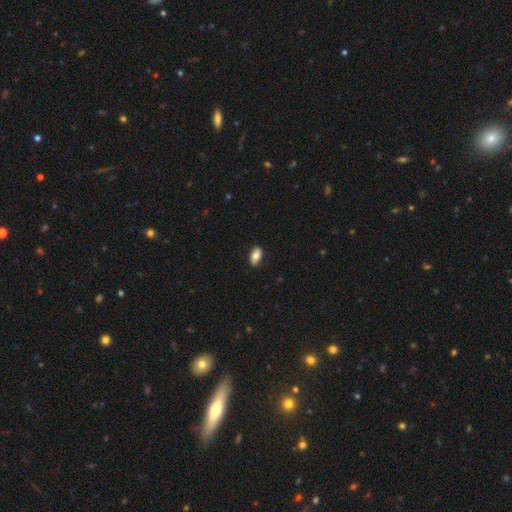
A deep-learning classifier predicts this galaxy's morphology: smooth-or-featured: smooth: 80% | featured or disk: 13% | star or artifact: 7%
  how-rounded: in between: 92% | round: 5% | cigar-shaped: 3%
  merging: none: 87% | minor disturbance: 10% | major disturbance: 2% | merger: 1%